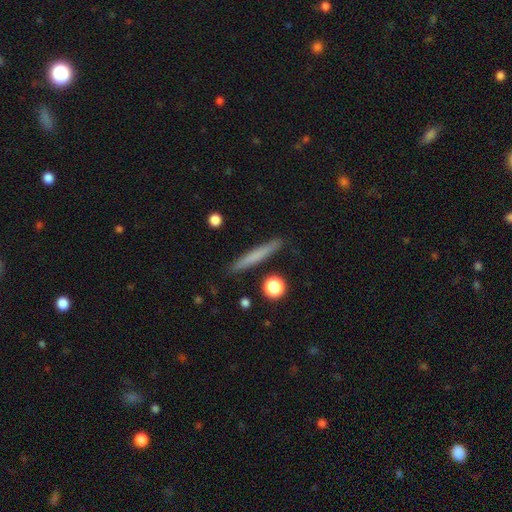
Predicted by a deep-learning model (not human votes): smooth-or-featured: smooth: 66% | featured or disk: 27% | star or artifact: 7%
  how-rounded: cigar-shaped: 95% | in between: 3% | round: 2%
  merging: none: 89% | minor disturbance: 7% | merger: 2% | major disturbance: 2%